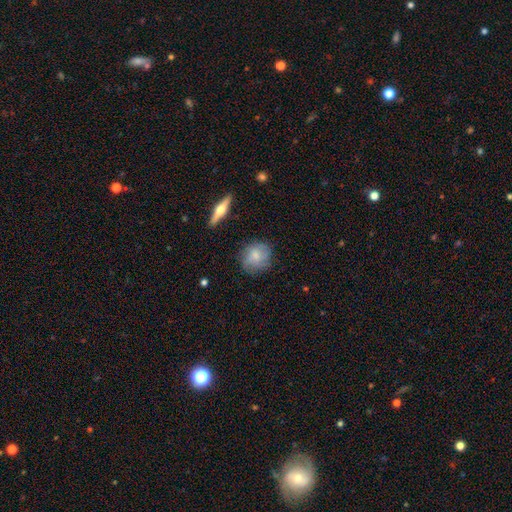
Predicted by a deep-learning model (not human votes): Overall: smooth (58%; featured or disk 35%). How rounded: round (74%). Merging: none (72%).